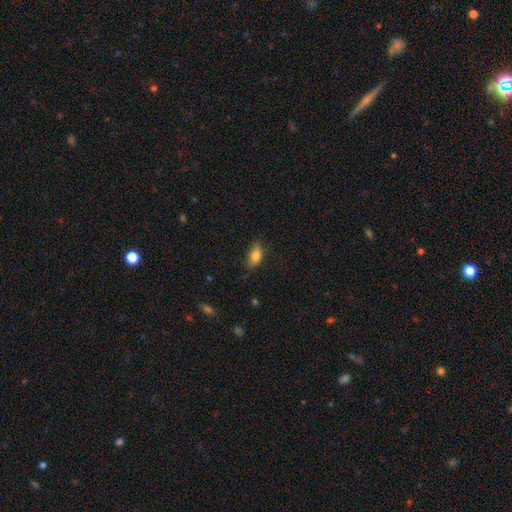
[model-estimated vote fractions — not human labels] Smooth or featured? smooth (79%)
How rounded? in between (86%)
Merging? none (71%)